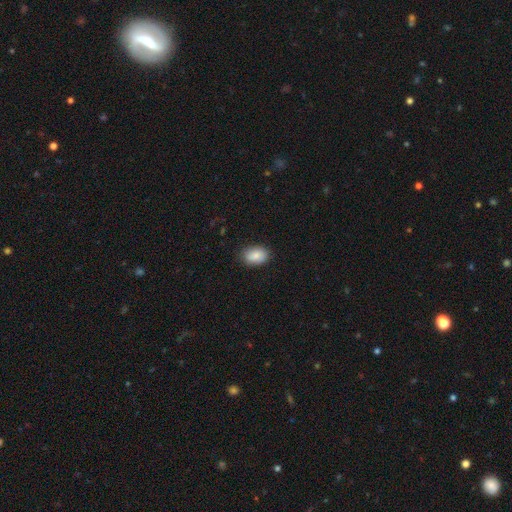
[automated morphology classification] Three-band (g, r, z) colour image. It shows a smooth galaxy with no disk features (87%) that is in between round and cigar-shaped (86%). Merging: none (86%).